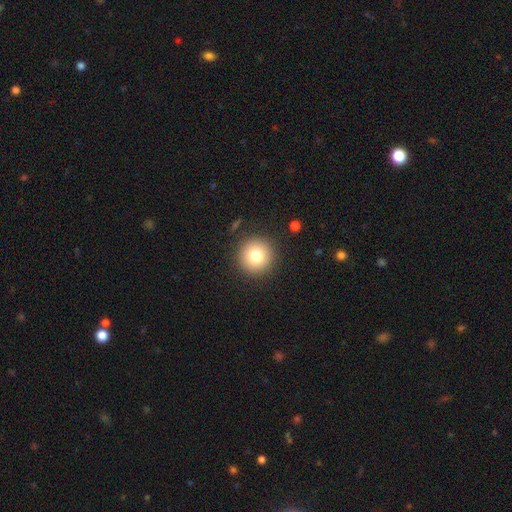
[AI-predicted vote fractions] Smooth or featured? smooth (76%)
How rounded? round (96%)
Merging? none (90%)